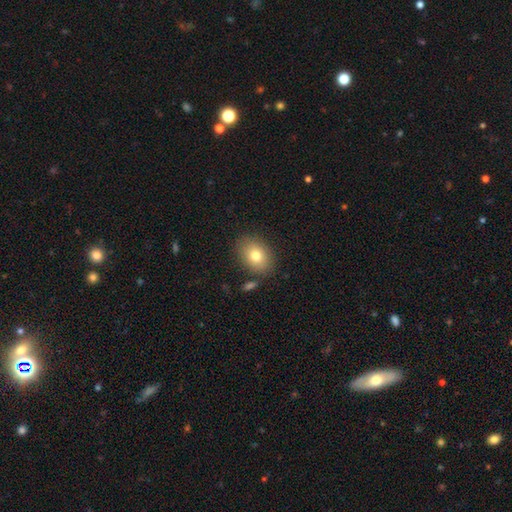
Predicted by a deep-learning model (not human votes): A smooth galaxy with no disk features (78%) that is in between round and cigar-shaped (69%). Merging: none (82%).